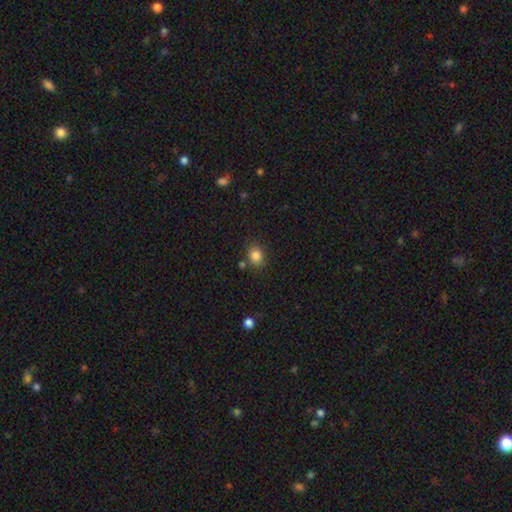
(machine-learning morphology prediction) type=smooth (84%); roundness=round (64%); merging=none (77%).